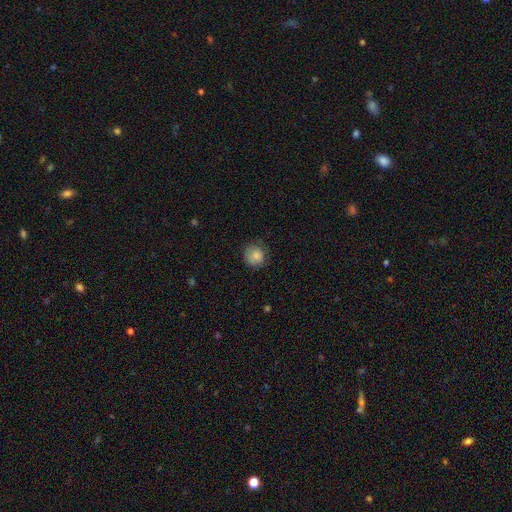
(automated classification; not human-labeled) smooth 81%, featured or disk 10%, star or artifact 8%. Down the decision tree: how rounded — round (89%); merging — none (73%).